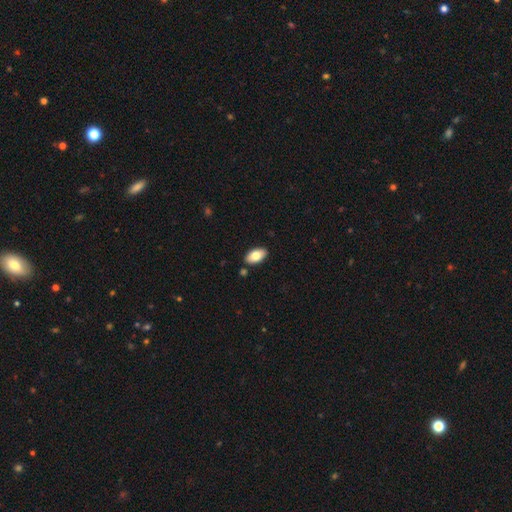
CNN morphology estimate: Q: Smooth or featured?
A: smooth (78%); runner-up: featured or disk (15%)
Q: How rounded?
A: in between (94%); runner-up: round (3%)
Q: Merging?
A: none (87%); runner-up: minor disturbance (9%)